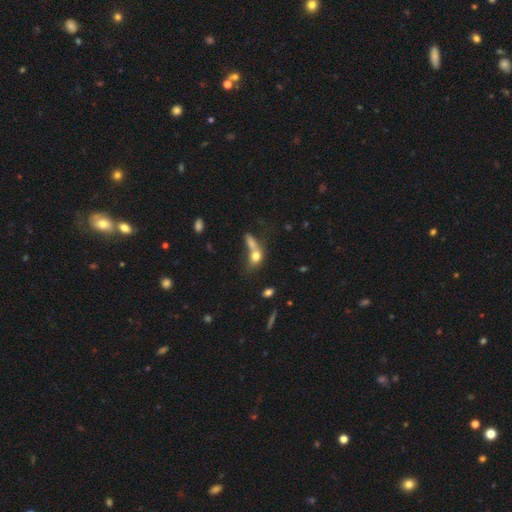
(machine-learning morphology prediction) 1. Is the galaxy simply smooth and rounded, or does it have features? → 71% smooth, 18% featured or disk, 11% star or artifact.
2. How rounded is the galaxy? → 57% in between, 34% round, 9% cigar-shaped.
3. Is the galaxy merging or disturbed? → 59% merger, 23% none, 9% major disturbance, 9% minor disturbance.